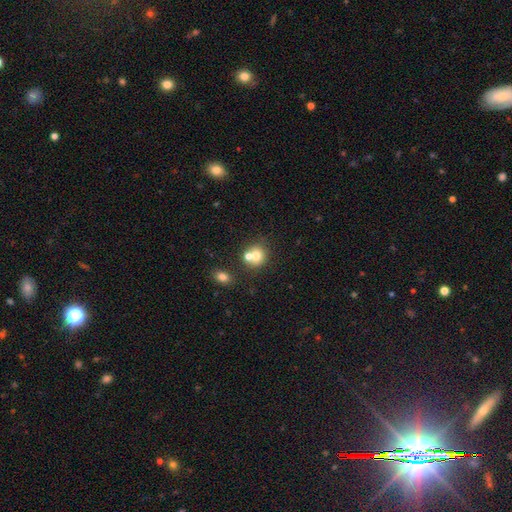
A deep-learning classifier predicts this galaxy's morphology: smooth-or-featured: smooth: 72% | featured or disk: 16% | star or artifact: 12%
  how-rounded: round: 80% | in between: 19% | cigar-shaped: 1%
  merging: none: 45% | merger: 44% | minor disturbance: 8% | major disturbance: 3%